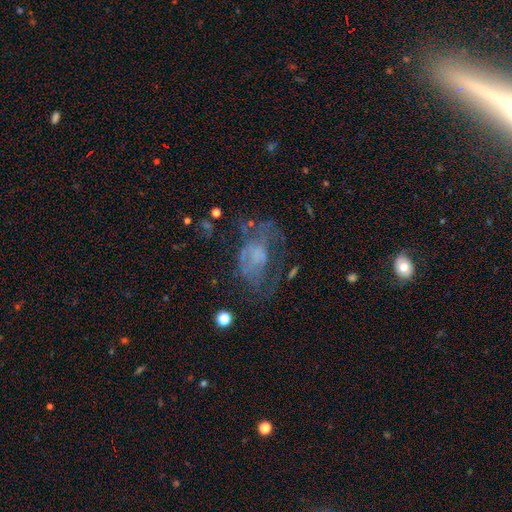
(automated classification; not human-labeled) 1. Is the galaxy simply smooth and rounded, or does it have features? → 53% featured or disk, 30% smooth, 16% star or artifact.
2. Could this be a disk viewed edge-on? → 96% no, 4% yes.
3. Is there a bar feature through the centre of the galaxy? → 83% no, 14% weak, 3% strong.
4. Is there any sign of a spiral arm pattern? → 68% no, 32% yes.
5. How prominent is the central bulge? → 50% none, 20% moderate, 19% small, 8% large, 2% dominant.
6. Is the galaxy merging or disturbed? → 38% major disturbance, 36% none, 21% minor disturbance, 5% merger.